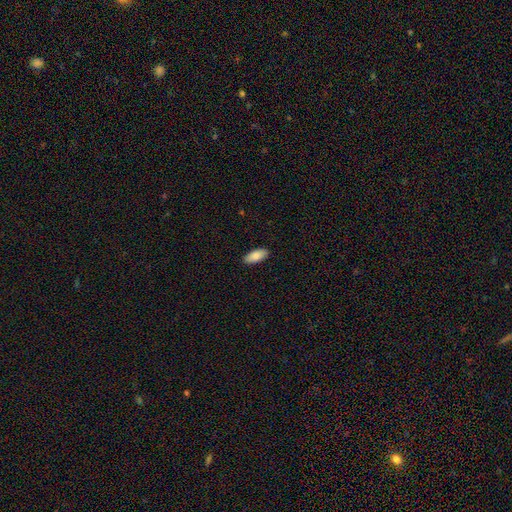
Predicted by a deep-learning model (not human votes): The model was most divided on "how rounded": in between: 86%, cigar-shaped: 12%, round: 2%. More confident: merging — none (90%); smooth or featured — smooth (88%).